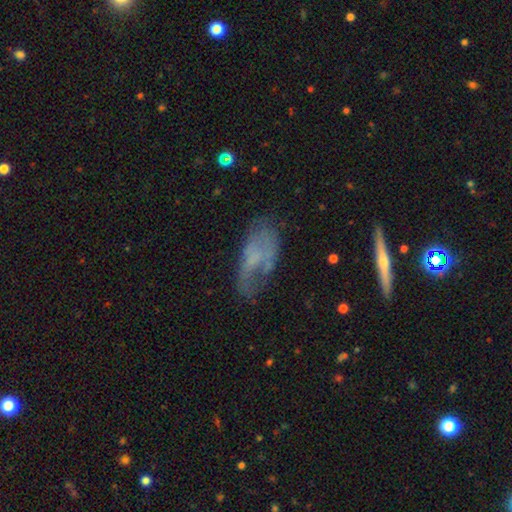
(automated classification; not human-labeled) Q: Smooth or featured?
A: featured or disk (48%); runner-up: smooth (40%)
Q: Merging?
A: none (44%); runner-up: minor disturbance (28%)